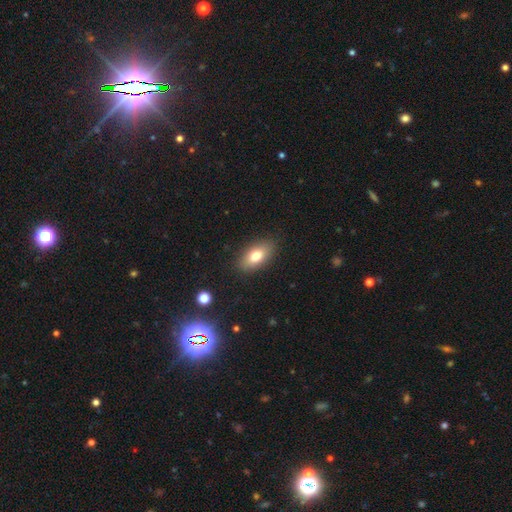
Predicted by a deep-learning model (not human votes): Overall: smooth (76%). How rounded: in between (88%). Merging: none (86%).